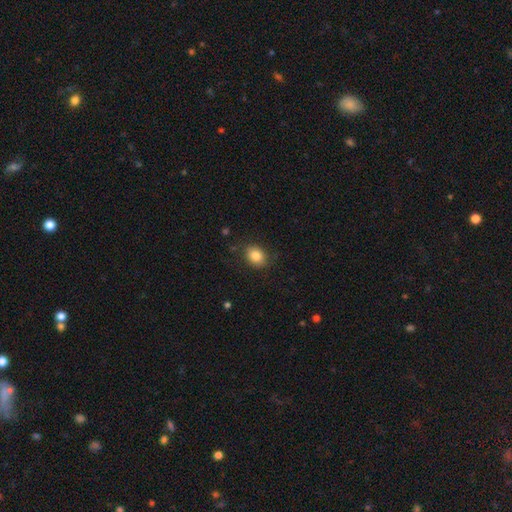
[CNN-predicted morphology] Smooth or featured? smooth (84%)
How rounded? round (50%)
Merging? none (83%)